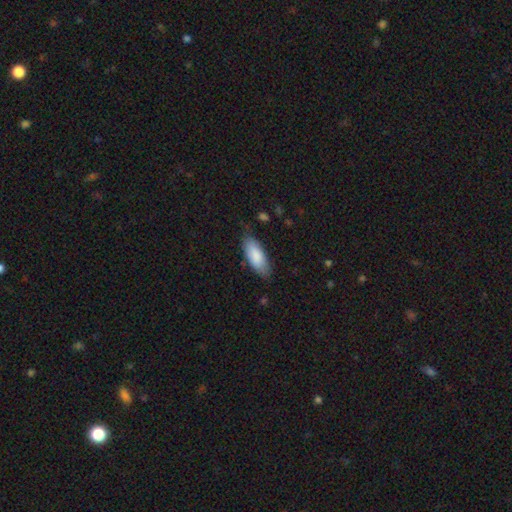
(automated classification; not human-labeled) Smooth or featured? smooth (86%)
How rounded? in between (81%)
Merging? none (76%)